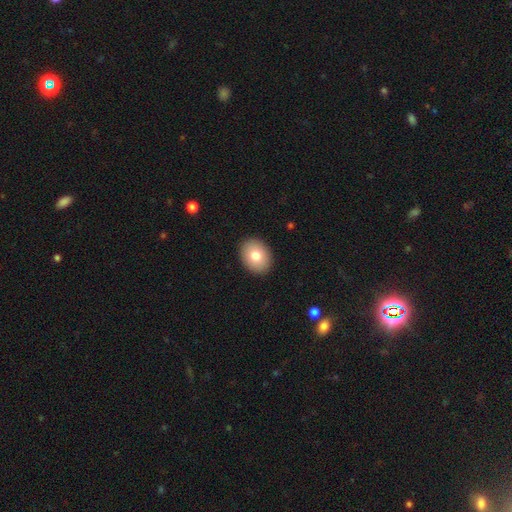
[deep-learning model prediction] Q: Smooth or featured?
A: smooth (80%); runner-up: featured or disk (12%)
Q: How rounded?
A: in between (61%); runner-up: round (38%)
Q: Merging?
A: none (91%); runner-up: minor disturbance (6%)